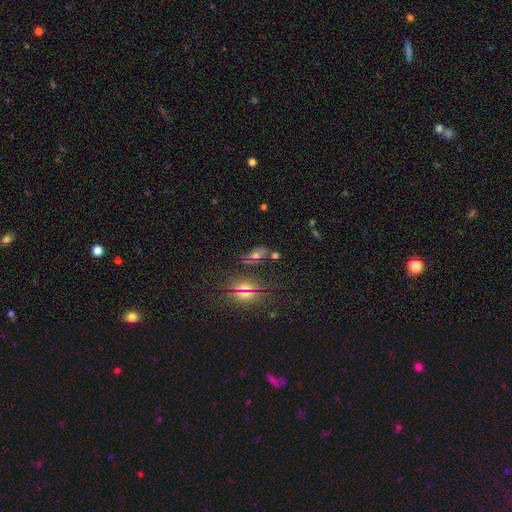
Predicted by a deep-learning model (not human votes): smooth_or_featured: smooth (p=0.43) [alt: star or artifact p=0.36]
merging: none (p=0.65) [alt: minor disturbance p=0.17]